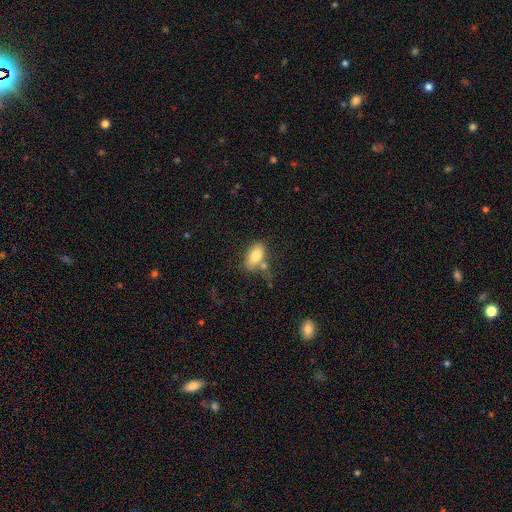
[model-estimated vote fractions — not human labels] Overall: smooth (79%). How rounded: in between (90%). Merging: none (51%; merger 22%).